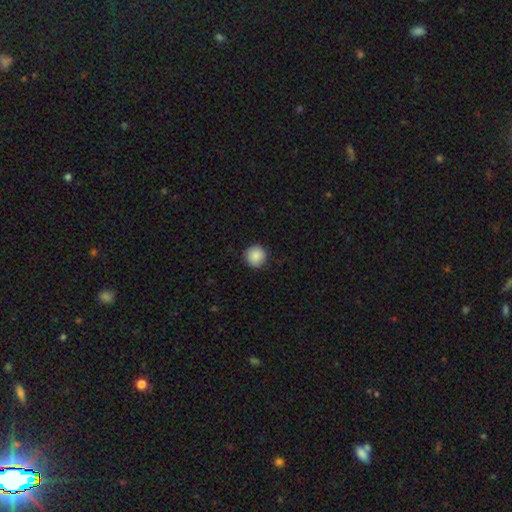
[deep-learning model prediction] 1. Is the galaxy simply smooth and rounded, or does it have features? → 89% smooth, 8% star or artifact, 3% featured or disk.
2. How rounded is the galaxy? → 95% round, 4% in between, 1% cigar-shaped.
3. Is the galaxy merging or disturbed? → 91% none, 7% minor disturbance, 2% major disturbance, 1% merger.